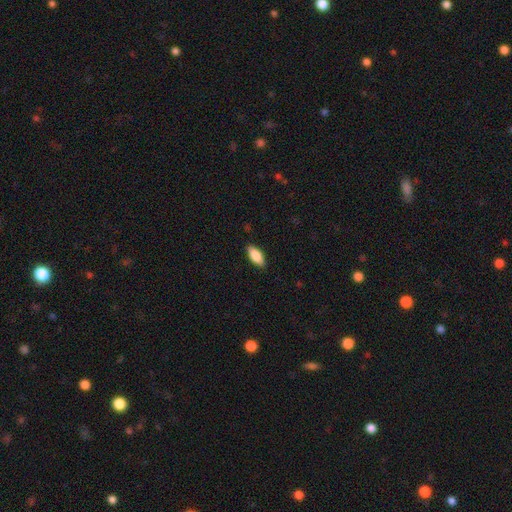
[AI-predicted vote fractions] This appears to be a smooth galaxy with no disk features (86%) that is in between round and cigar-shaped (86%). Merging: none (87%).